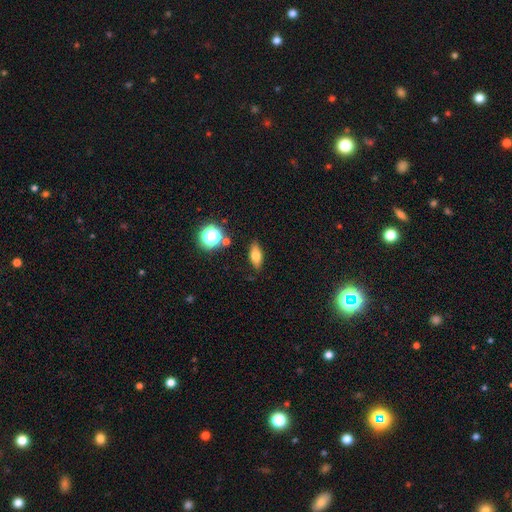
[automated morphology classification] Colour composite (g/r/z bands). It shows a smooth galaxy with no disk features (70%) that is in between round and cigar-shaped (76%). Merging: none (84%).